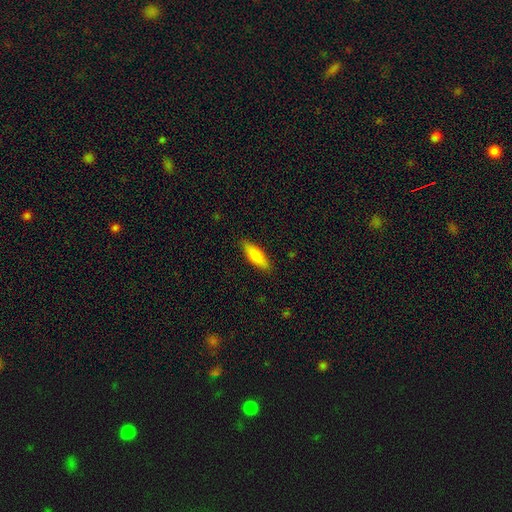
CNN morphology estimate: Smooth or featured? smooth (81%)
How rounded? in between (54%)
Merging? none (87%)